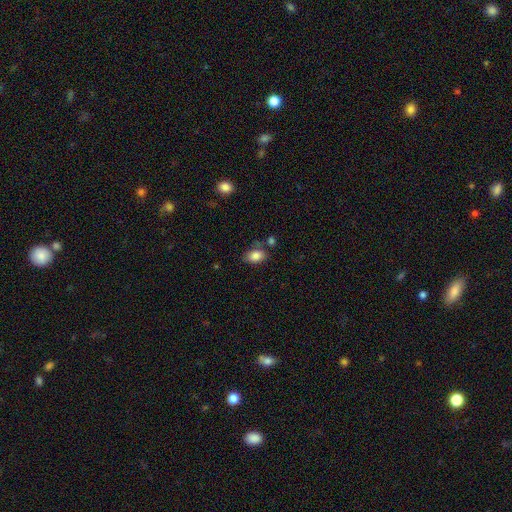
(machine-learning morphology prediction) Smooth or featured? smooth (84%)
How rounded? in between (86%)
Merging? none (67%)